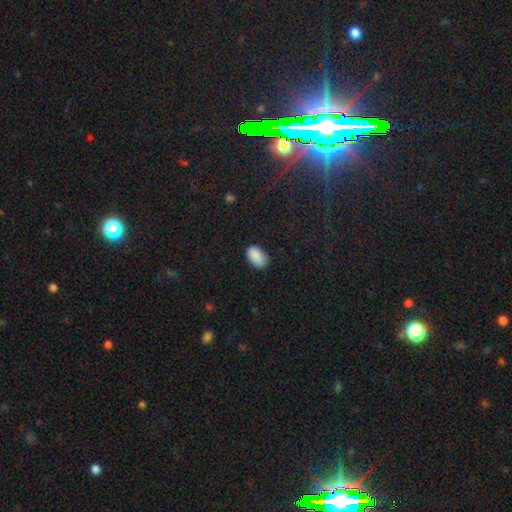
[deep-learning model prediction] smooth 89%, star or artifact 7%, featured or disk 3%. Down the decision tree: how rounded — in between (93%); merging — none (80%).